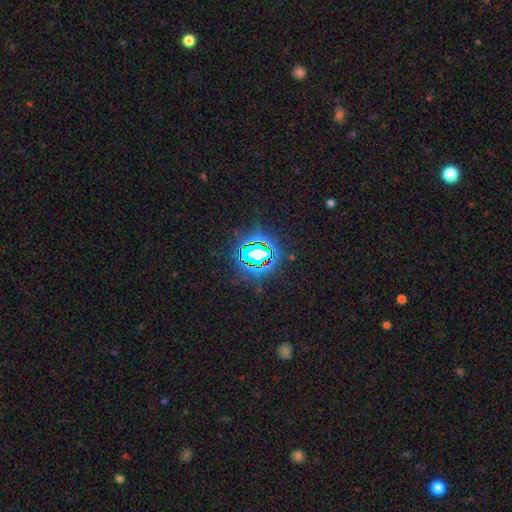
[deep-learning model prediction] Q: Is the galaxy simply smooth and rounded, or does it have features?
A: star or artifact — 76%.